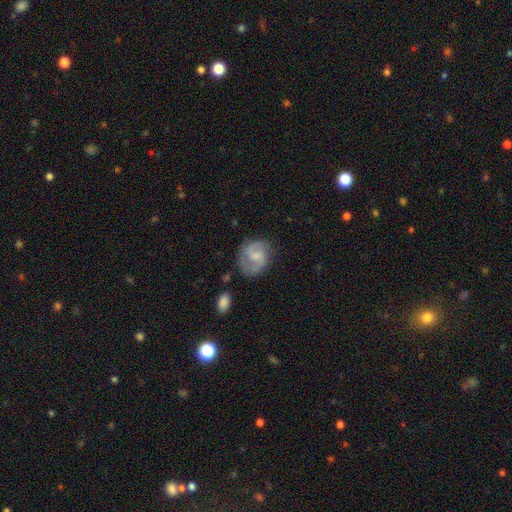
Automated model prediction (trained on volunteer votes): The model was most divided on "bar": weak: 49%, no: 43%, strong: 8%. Remaining: edge-on disk — no (98%); spiral arms — yes (95%); spiral arm count — 2 (88%); smooth or featured — featured or disk (77%); merging — none (72%); spiral winding — medium (55%); bulge size — small (45%).